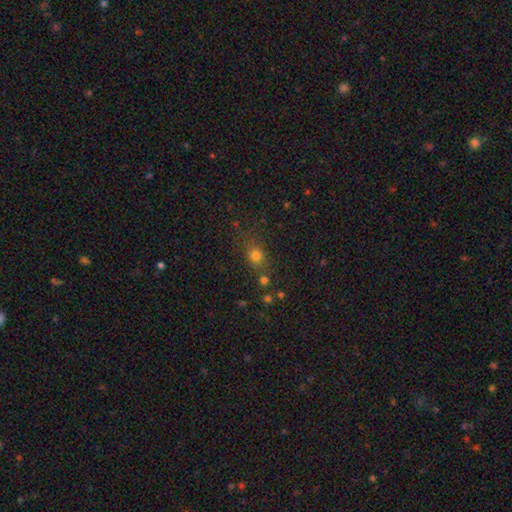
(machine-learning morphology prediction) A smooth galaxy with no disk features (72%) that is round (57%).

Vote fractions:
- Smooth or featured? smooth: 72% / star or artifact: 18% / featured or disk: 10%
- How rounded? round: 57% / in between: 39% / cigar-shaped: 3%
- Merging? none: 71% / minor disturbance: 15% / merger: 8% / major disturbance: 6%